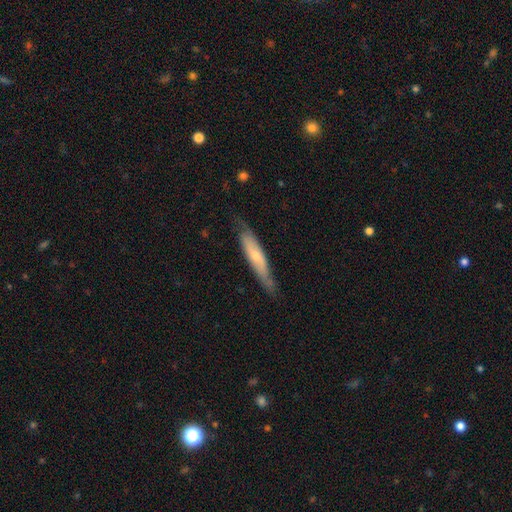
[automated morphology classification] This is possibly a smooth galaxy (47%, tied with featured or disk). Merging: likely none (72%).